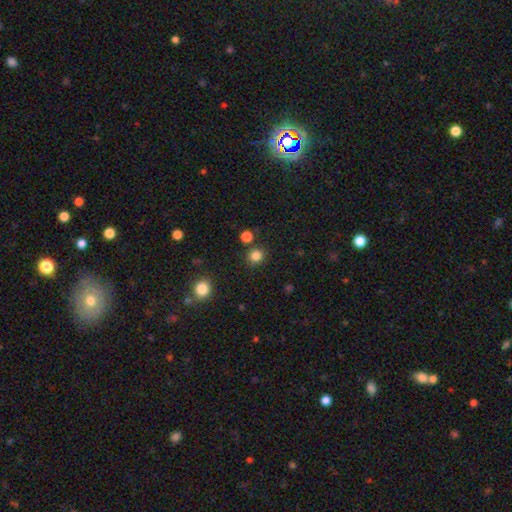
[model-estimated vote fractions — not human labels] Smooth or featured: smooth — 82% (star or artifact — 14%)
How rounded: round — 88% (in between — 11%)
Merging: none — 82% (minor disturbance — 9%)